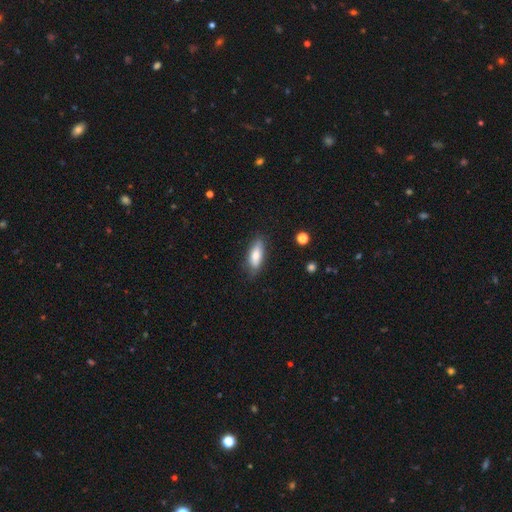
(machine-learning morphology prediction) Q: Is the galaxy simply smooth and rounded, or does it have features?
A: smooth — 74%.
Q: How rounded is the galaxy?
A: in between — 70%.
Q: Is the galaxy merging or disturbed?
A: none — 78%.